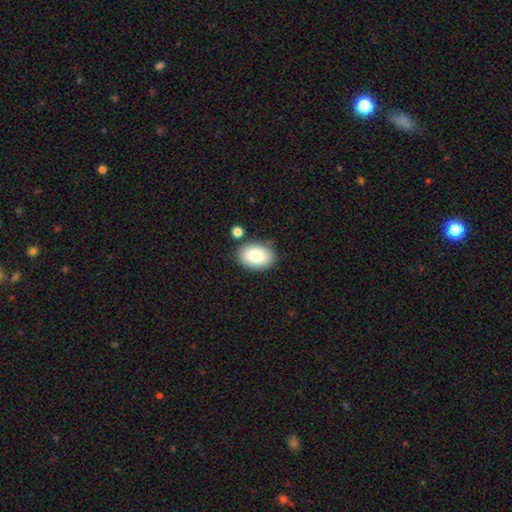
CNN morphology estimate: This is clearly a smooth galaxy (84%). How rounded: clearly in between (86%). Merging: clearly none (80%).